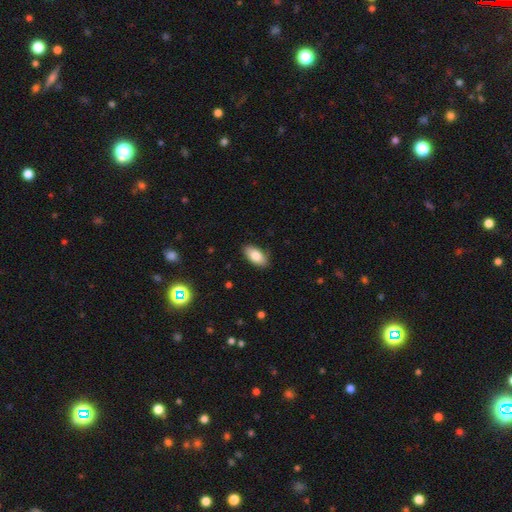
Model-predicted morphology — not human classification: smooth_or_featured: smooth (p=0.82) [alt: featured or disk p=0.11]
how_rounded: in between (p=0.93) [alt: cigar-shaped p=0.04]
merging: none (p=0.86) [alt: minor disturbance p=0.11]